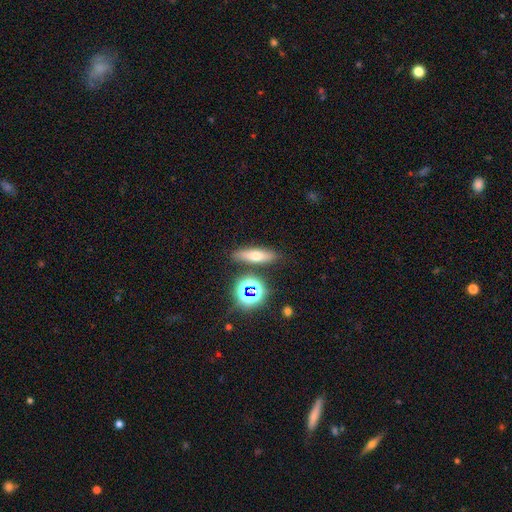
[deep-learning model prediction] Morphology: type=smooth (59%); roundness=cigar-shaped (53%); merging=none (83%).